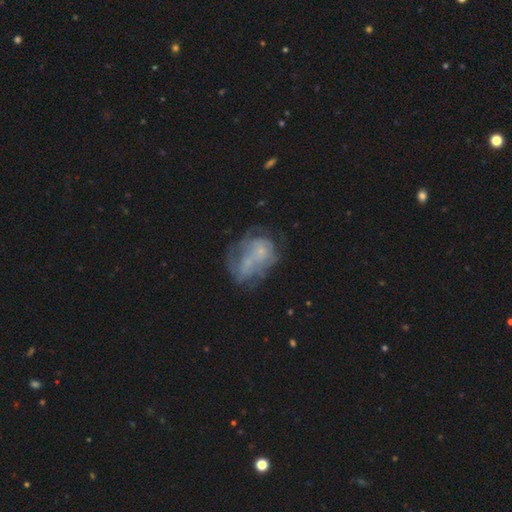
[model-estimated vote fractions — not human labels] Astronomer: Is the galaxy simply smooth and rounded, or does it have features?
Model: featured or disk — 57%.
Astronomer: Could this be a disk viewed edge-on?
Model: no — 97%.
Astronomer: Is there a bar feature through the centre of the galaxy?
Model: no — 84%.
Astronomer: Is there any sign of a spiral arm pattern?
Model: no — 65%.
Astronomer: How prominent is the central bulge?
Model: small — 46% (runner-up: none, 41%).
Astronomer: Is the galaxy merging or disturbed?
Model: none — 35% (runner-up: major disturbance, 30%).